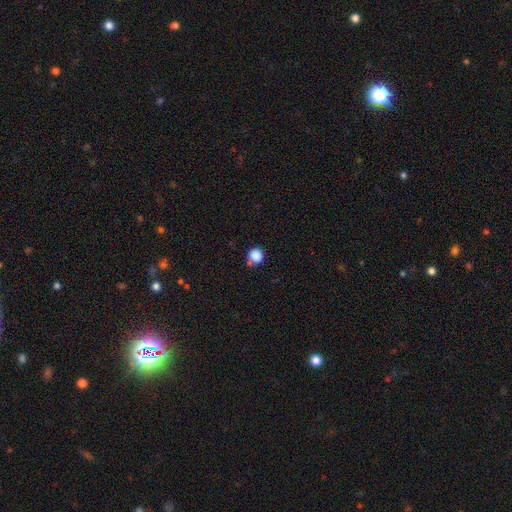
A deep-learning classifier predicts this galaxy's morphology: smooth 86%, star or artifact 10%, featured or disk 3%. Down the decision tree: how rounded — round (93%); merging — none (72%).